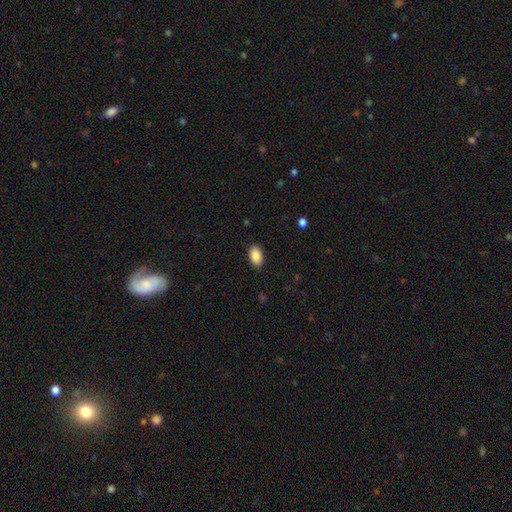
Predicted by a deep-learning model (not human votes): Smooth or featured? smooth (90%)
How rounded? in between (94%)
Merging? none (89%)